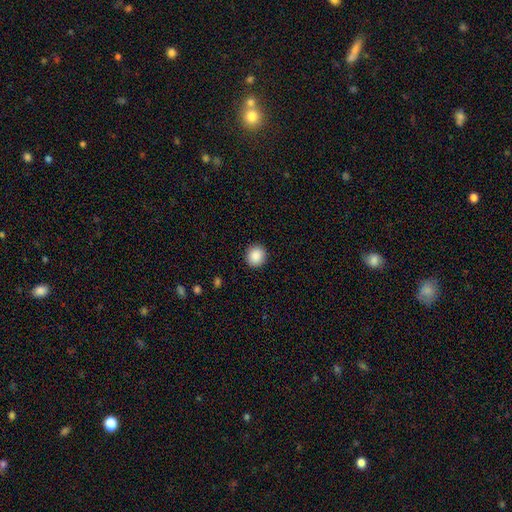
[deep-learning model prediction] Smooth or featured? Predicted: smooth (p=0.89). How rounded? Predicted: round (p=0.89). Merging? Predicted: none (p=0.92).